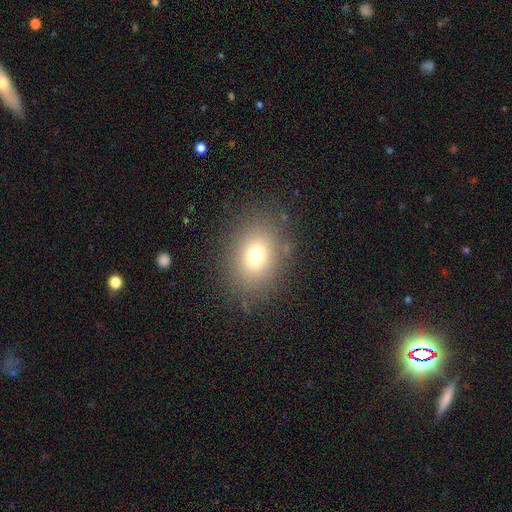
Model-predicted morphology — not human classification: smooth-or-featured: smooth: 73% | star or artifact: 14% | featured or disk: 13%
  how-rounded: in between: 61% | round: 37% | cigar-shaped: 1%
  merging: none: 83% | minor disturbance: 11% | major disturbance: 5% | merger: 1%